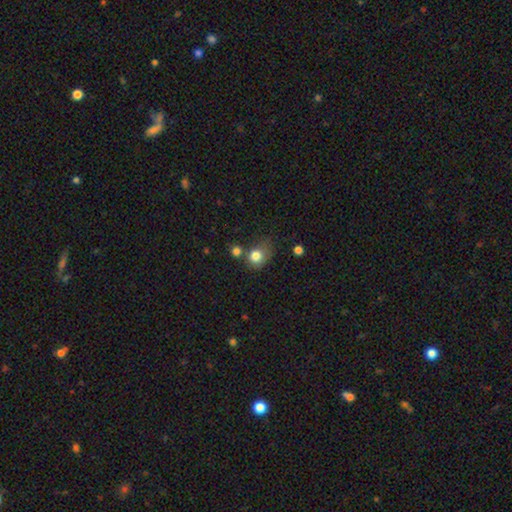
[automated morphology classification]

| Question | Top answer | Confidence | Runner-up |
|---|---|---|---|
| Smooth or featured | smooth | 81% | star or artifact (11%) |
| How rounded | round | 71% | in between (28%) |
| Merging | none | 48% | minor disturbance (23%) |